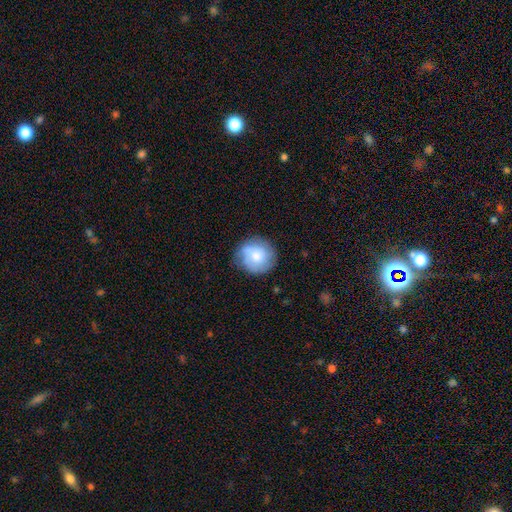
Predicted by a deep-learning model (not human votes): This is likely a smooth galaxy (61%). How rounded: clearly round (88%). Merging: likely none (71%).